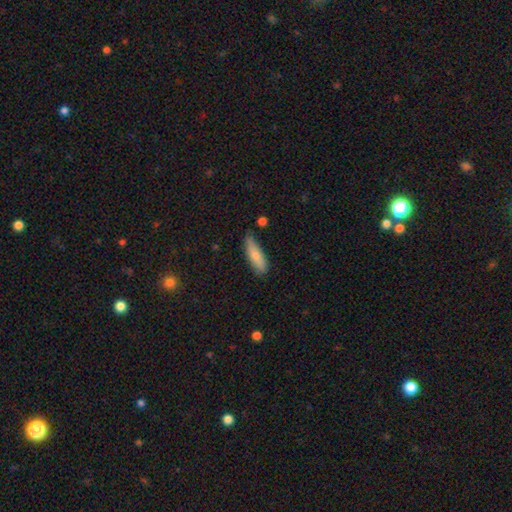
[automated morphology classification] A smooth galaxy with no disk features (81%) that is cigar-shaped (54%).

Vote fractions:
- Smooth or featured? smooth: 81% / featured or disk: 13% / star or artifact: 6%
- How rounded? cigar-shaped: 54% / in between: 45% / round: 2%
- Merging? none: 70% / minor disturbance: 23% / major disturbance: 4% / merger: 3%